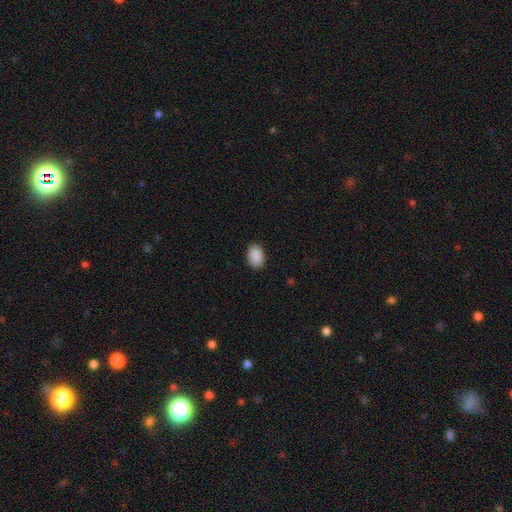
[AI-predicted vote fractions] smooth_or_featured: smooth (p=0.90) [alt: star or artifact p=0.07]
how_rounded: in between (p=0.85) [alt: round p=0.13]
merging: none (p=0.89) [alt: minor disturbance p=0.08]